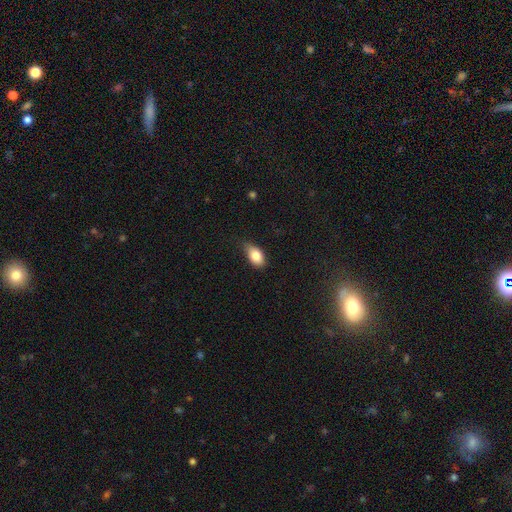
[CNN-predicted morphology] smooth_or_featured: smooth (p=0.82) [alt: featured or disk p=0.10]
how_rounded: in between (p=0.90) [alt: round p=0.07]
merging: none (p=0.63) [alt: minor disturbance p=0.31]